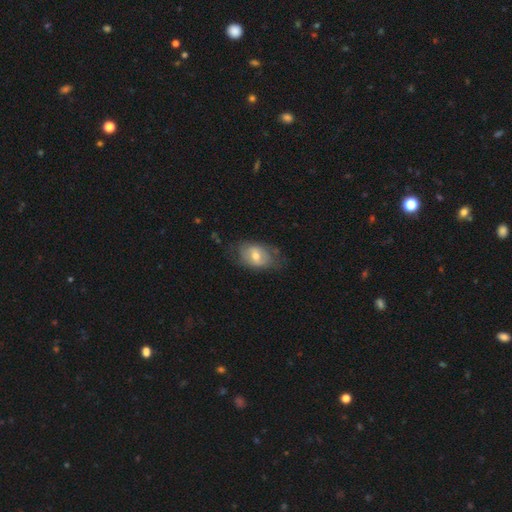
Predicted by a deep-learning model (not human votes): A smooth galaxy with no disk features (51%) that is in between round and cigar-shaped (83%). Merging: none (62%).